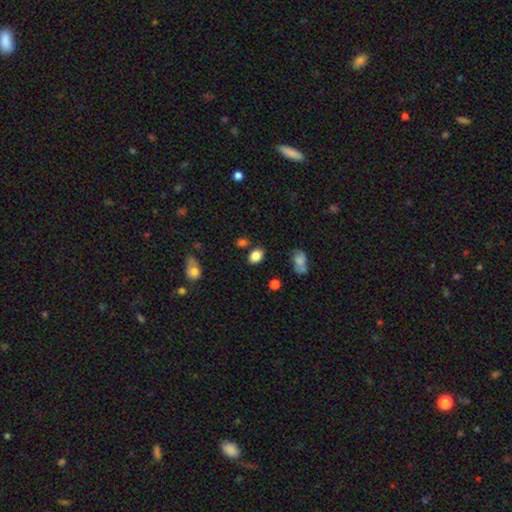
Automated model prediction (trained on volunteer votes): This is clearly a smooth galaxy (84%). How rounded: likely in between (68%). Merging: likely none (79%).